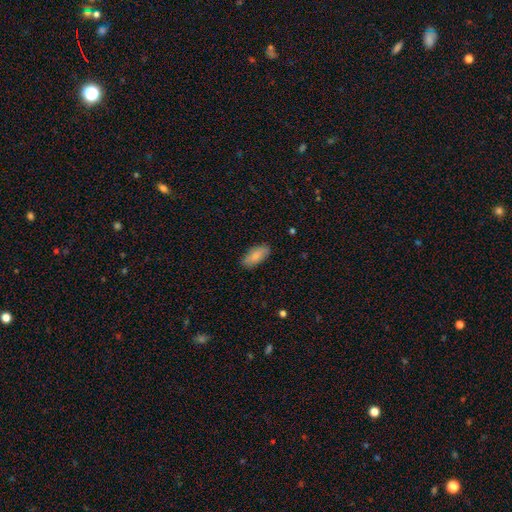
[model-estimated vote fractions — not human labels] Morphology: type=smooth (83%); roundness=in between (87%); merging=none (85%).